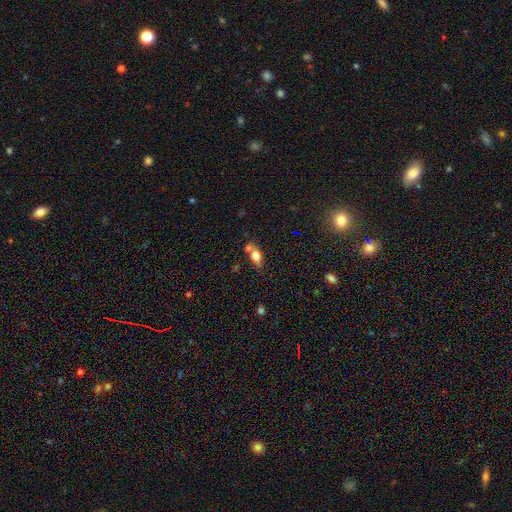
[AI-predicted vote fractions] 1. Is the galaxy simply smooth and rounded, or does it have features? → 72% smooth, 18% featured or disk, 10% star or artifact.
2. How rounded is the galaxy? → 78% in between, 13% round, 10% cigar-shaped.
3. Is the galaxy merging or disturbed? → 51% none, 28% merger, 15% minor disturbance, 5% major disturbance.